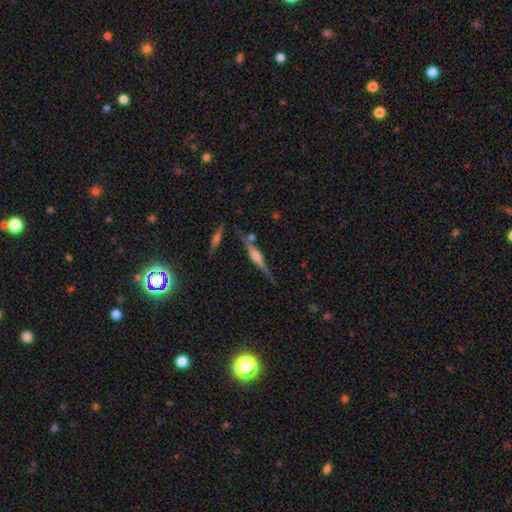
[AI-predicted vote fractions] featured or disk 78%, smooth 14%, star or artifact 8%. Down the decision tree: edge-on disk — yes (97%); edge-on bulge — rounded (72%); merging — none (78%).